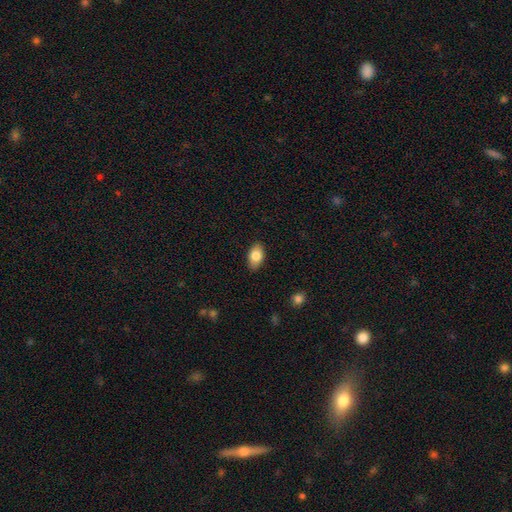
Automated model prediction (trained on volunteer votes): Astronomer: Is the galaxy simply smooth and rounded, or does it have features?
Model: smooth — 82%.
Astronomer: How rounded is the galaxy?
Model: in between — 90%.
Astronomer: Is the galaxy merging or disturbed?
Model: none — 87%.